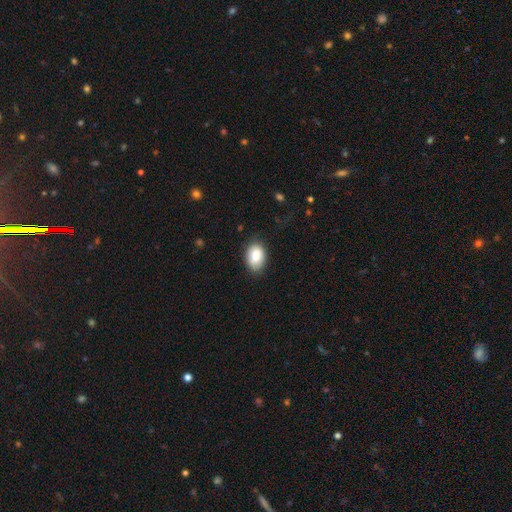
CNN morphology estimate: This is clearly a smooth galaxy (84%). How rounded: clearly in between (85%). Merging: clearly none (80%).